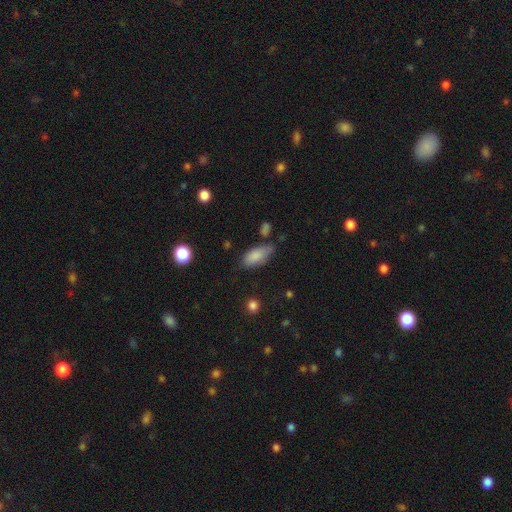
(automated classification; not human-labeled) smooth-or-featured: smooth: 85% | featured or disk: 8% | star or artifact: 7%
  how-rounded: in between: 89% | cigar-shaped: 9% | round: 2%
  merging: none: 62% | minor disturbance: 26% | major disturbance: 7% | merger: 5%